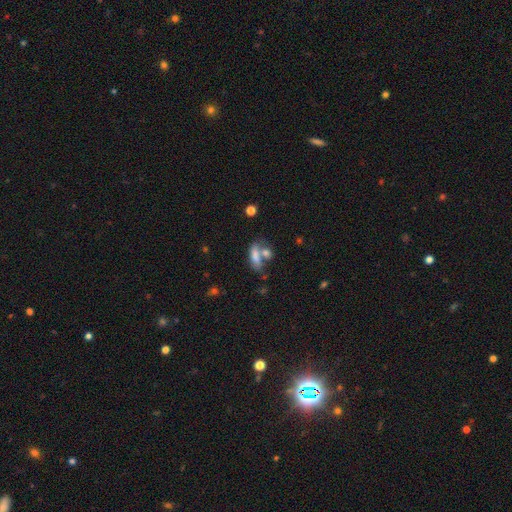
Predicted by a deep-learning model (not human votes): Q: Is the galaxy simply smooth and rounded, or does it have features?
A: smooth — 74%.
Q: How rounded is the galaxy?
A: in between — 63%.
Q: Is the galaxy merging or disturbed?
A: merger — 42%.